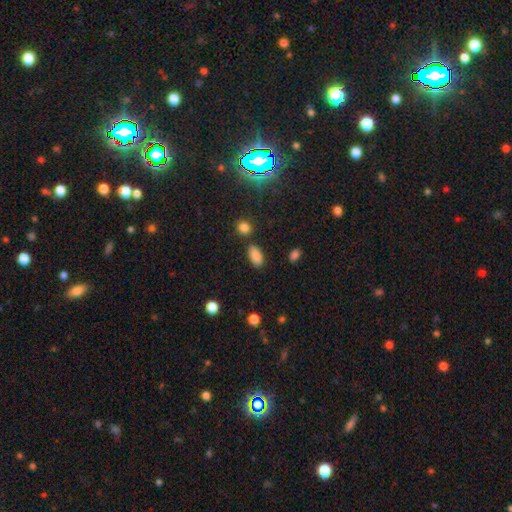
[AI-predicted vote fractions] A smooth galaxy with no disk features (86%) that is in between round and cigar-shaped (91%). Merging: none (82%).